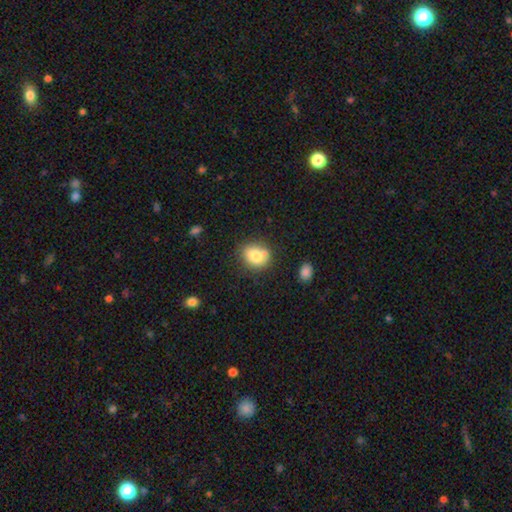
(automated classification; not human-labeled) A smooth galaxy with no disk features (78%) that is round (57%). Merging: none (63%).